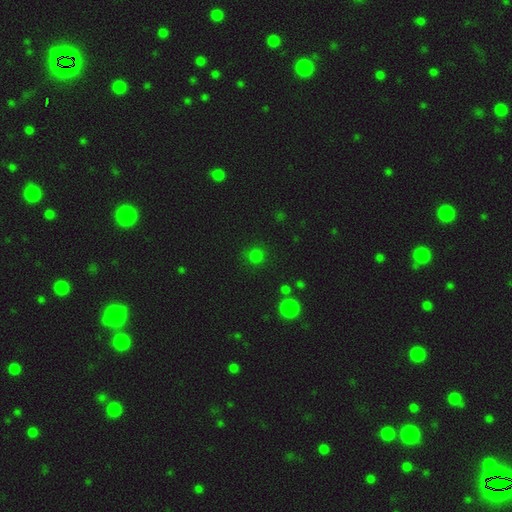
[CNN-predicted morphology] The model was most divided on "smooth or featured": smooth: 77%, star or artifact: 19%, featured or disk: 4%. More confident: how rounded — round (92%); merging — none (85%).